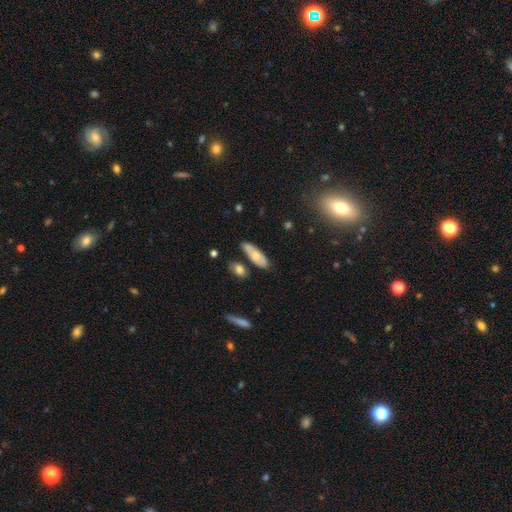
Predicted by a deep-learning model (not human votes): Overall: smooth (60%; featured or disk 34%). How rounded: in between (66%; cigar-shaped 31%). Merging: none (71%).